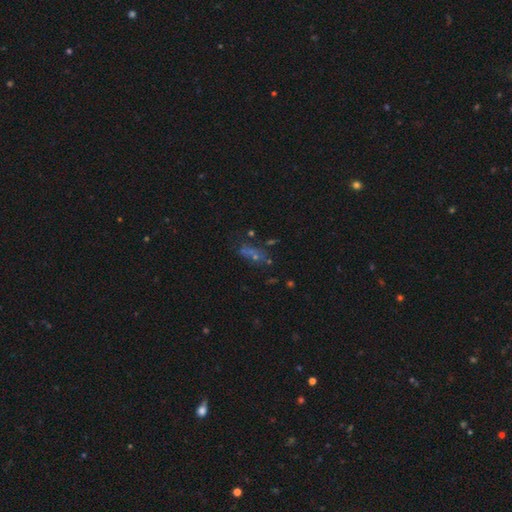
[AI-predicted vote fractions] smooth_or_featured: smooth (p=0.39) [alt: star or artifact p=0.33]
merging: none (p=0.51) [alt: minor disturbance p=0.20]